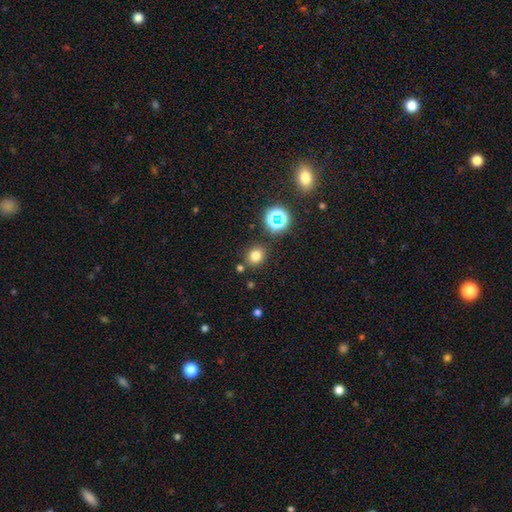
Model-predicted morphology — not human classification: Smooth or featured? Predicted: smooth (p=0.75). How rounded? Predicted: round (p=0.81). Merging? Predicted: none (p=0.83).